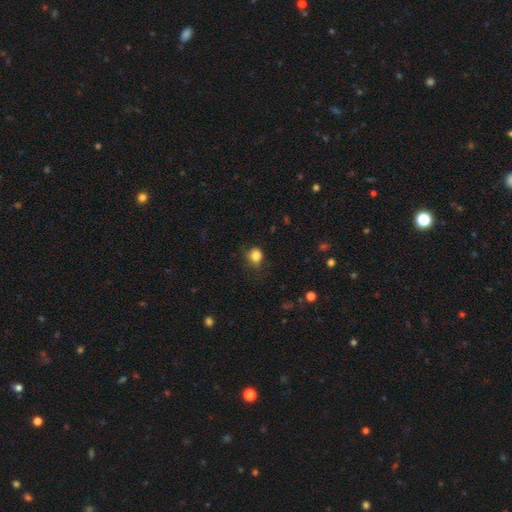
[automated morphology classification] smooth 84%, star or artifact 11%, featured or disk 5%. Down the decision tree: how rounded — round (73%); merging — none (68%).